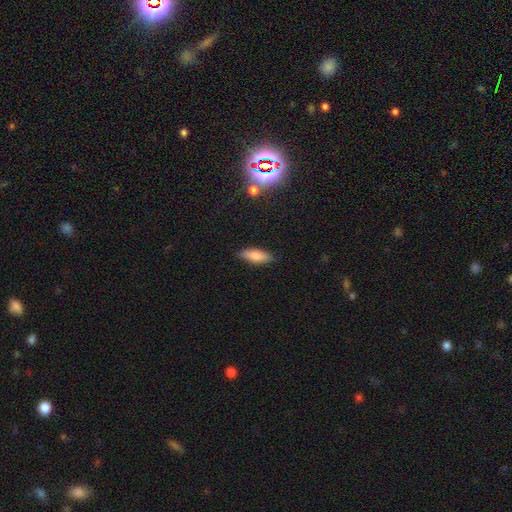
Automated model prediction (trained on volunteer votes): Overall: smooth (80%). How rounded: in between (65%; cigar-shaped 33%). Merging: none (84%).